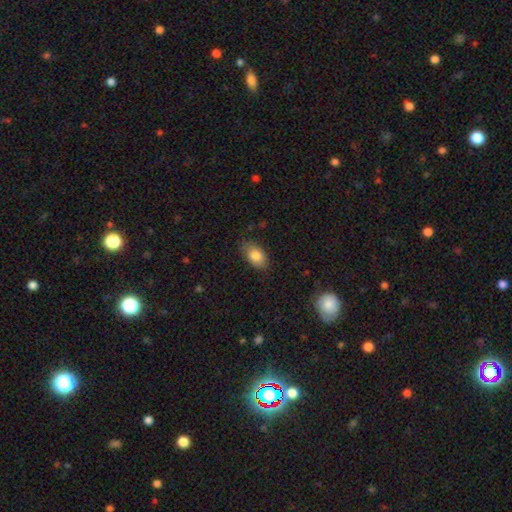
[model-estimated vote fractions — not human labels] Smooth or featured?
  - smooth: 82% *
  - featured or disk: 10%
  - star or artifact: 8%
How rounded?
  - in between: 90% *
  - round: 9%
  - cigar-shaped: 2%
Merging?
  - none: 76% *
  - minor disturbance: 19%
  - major disturbance: 3%
  - merger: 1%